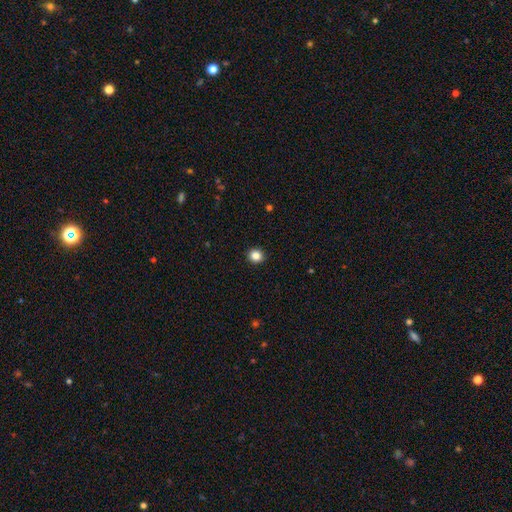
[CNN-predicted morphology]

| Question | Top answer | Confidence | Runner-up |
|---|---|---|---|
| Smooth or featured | smooth | 85% | star or artifact (11%) |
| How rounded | round | 87% | in between (12%) |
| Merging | none | 93% | minor disturbance (5%) |